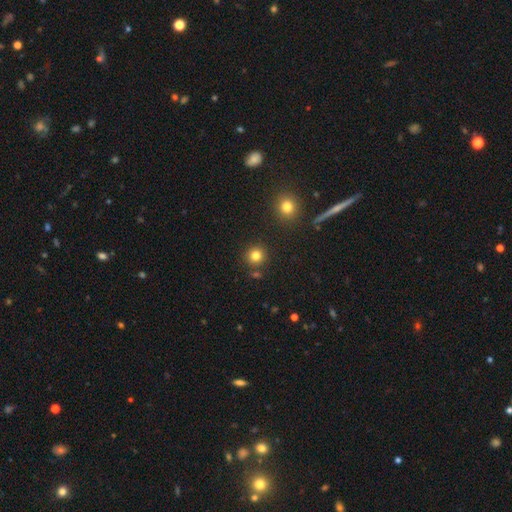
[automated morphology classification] Smooth or featured? smooth (82%)
How rounded? round (93%)
Merging? none (87%)